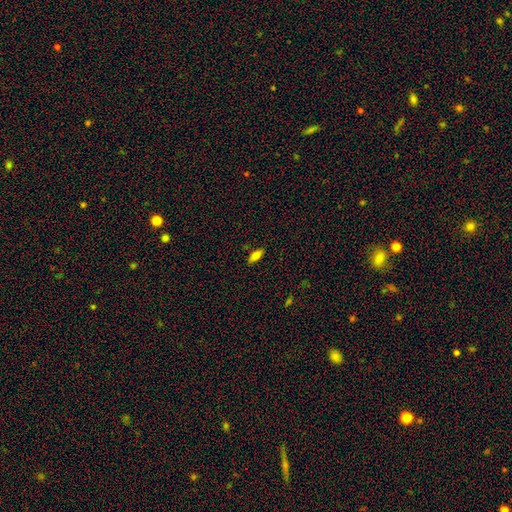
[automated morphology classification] smooth-or-featured: smooth: 71% | featured or disk: 20% | star or artifact: 9%
  how-rounded: in between: 76% | cigar-shaped: 21% | round: 3%
  merging: none: 86% | minor disturbance: 10% | major disturbance: 2% | merger: 1%